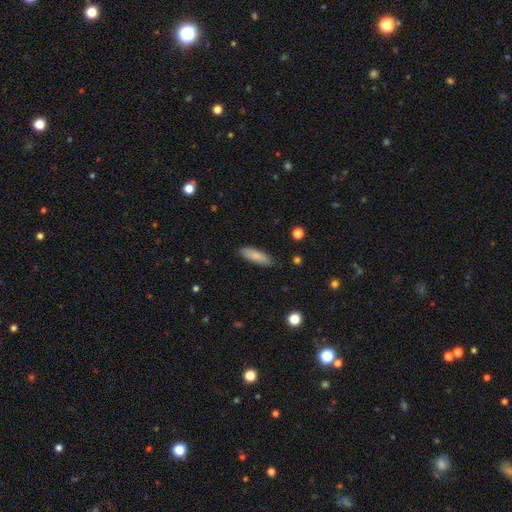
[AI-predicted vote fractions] A smooth galaxy with no disk features (84%) that is cigar-shaped (54%). Merging: none (88%).